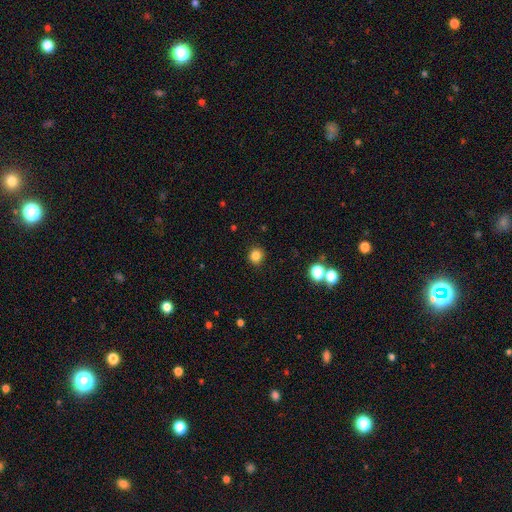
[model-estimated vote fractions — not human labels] Morphology: type=smooth (82%); roundness=round (91%); merging=none (91%).